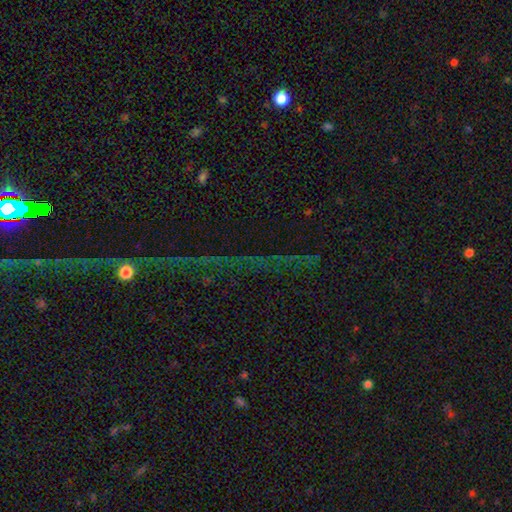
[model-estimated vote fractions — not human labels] This appears to be a star or artifact, not a galaxy (77%).